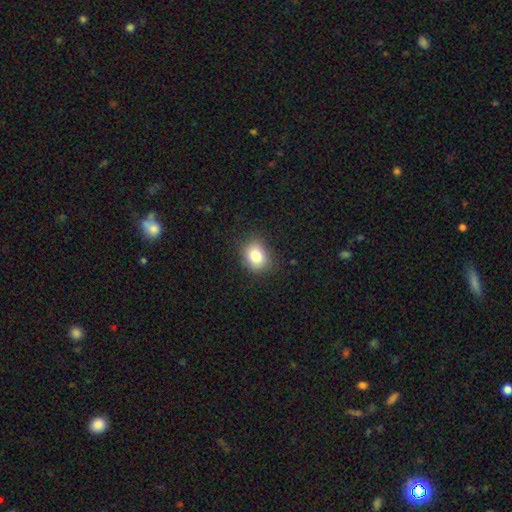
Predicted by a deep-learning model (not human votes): smooth 81%, star or artifact 11%, featured or disk 8%. Down the decision tree: how rounded — round (50%); merging — none (84%).